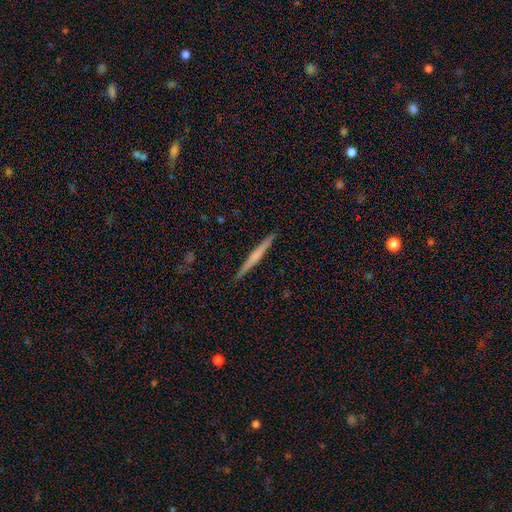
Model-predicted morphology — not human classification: Smooth or featured? featured or disk (50%)
Edge-on disk? yes (98%)
Merging? none (92%)